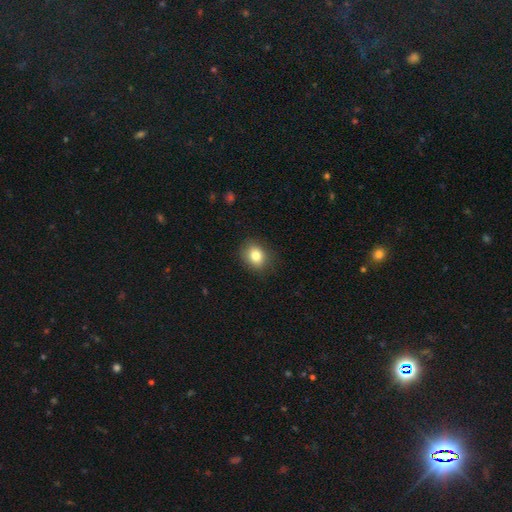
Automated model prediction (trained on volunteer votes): A smooth galaxy with no disk features (82%) that is in between round and cigar-shaped (51%).

Vote fractions:
- Smooth or featured? smooth: 82% / star or artifact: 10% / featured or disk: 8%
- How rounded? in between: 51% / round: 48% / cigar-shaped: 1%
- Merging? none: 85% / minor disturbance: 11% / major disturbance: 3% / merger: 1%